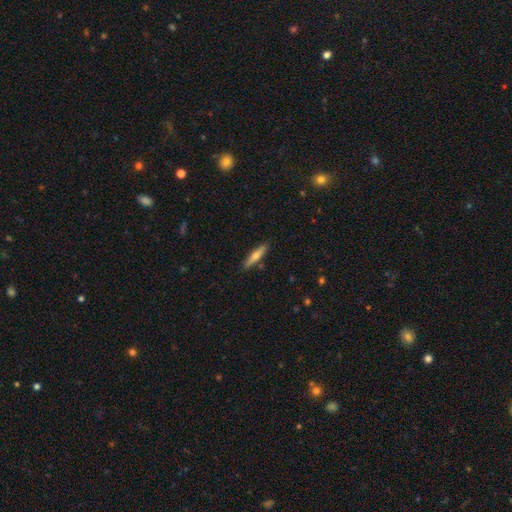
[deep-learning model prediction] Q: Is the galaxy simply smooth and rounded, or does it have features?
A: smooth — 51%.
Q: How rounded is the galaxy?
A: cigar-shaped — 85%.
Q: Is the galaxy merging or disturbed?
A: none — 88%.